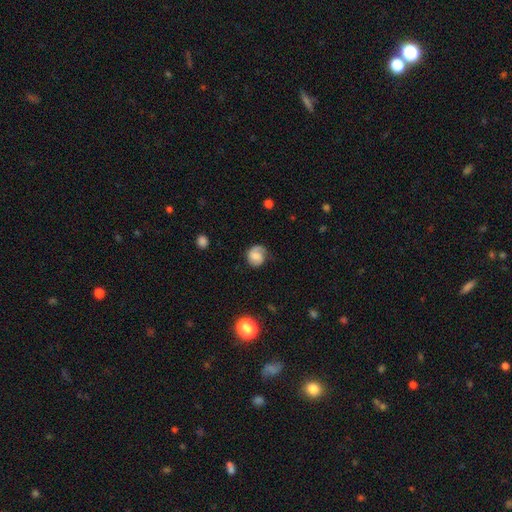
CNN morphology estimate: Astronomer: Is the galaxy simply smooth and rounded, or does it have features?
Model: smooth — 48% (runner-up: featured or disk, 43%).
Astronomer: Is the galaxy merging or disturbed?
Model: none — 63%.